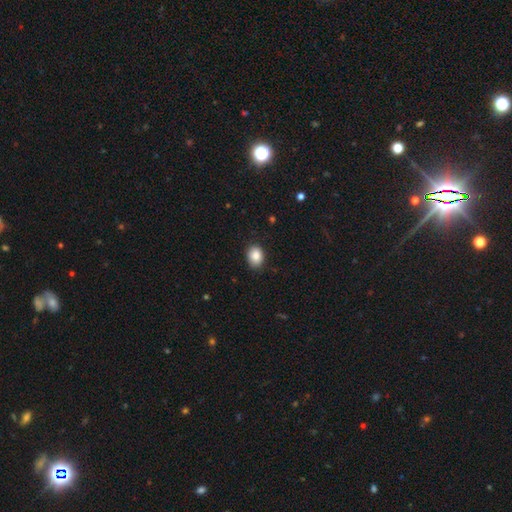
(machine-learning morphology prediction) This appears to be a smooth galaxy with no disk features (88%) that is in between round and cigar-shaped (66%). Merging: none (84%).